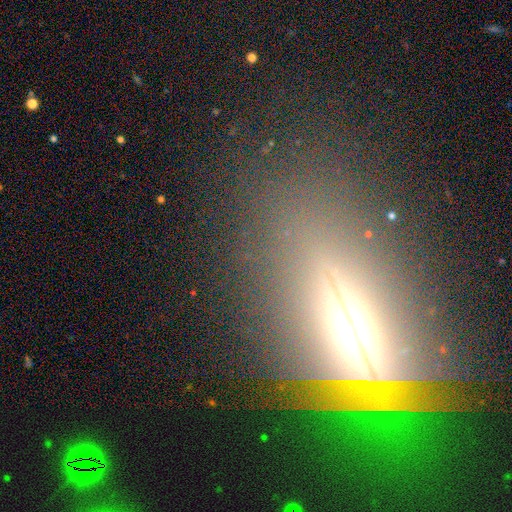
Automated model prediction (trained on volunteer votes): Smooth or featured? Predicted: featured or disk (p=0.54). Edge-on disk? Predicted: yes (p=0.73). Merging? Predicted: none (p=0.71).